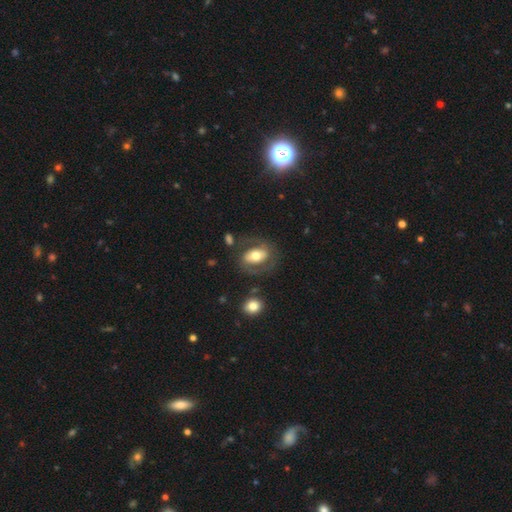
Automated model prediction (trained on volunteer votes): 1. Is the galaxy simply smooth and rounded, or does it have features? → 51% featured or disk, 42% smooth, 7% star or artifact.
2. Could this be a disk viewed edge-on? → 93% no, 7% yes.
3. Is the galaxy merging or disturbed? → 65% none, 17% minor disturbance, 14% major disturbance, 4% merger.